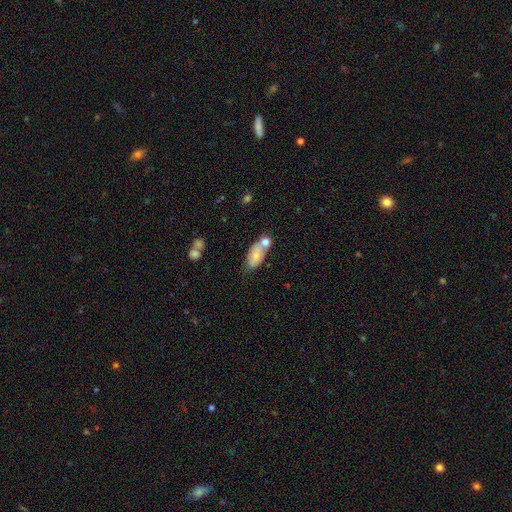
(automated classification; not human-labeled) This appears to be a smooth galaxy with no disk features (72%) that is in between round and cigar-shaped (86%). Merging: none (38%).